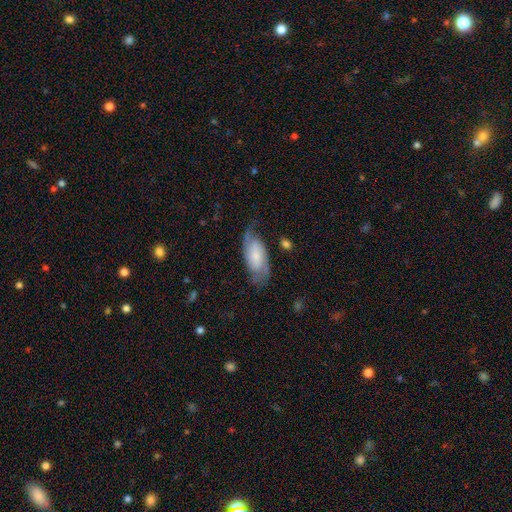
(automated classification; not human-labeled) A featured or disk galaxy (64%) with no bar (49%), 2 (80%) medium (45%) spiral arms (92%) and a small central bulge (48%). Merging: none (65%).